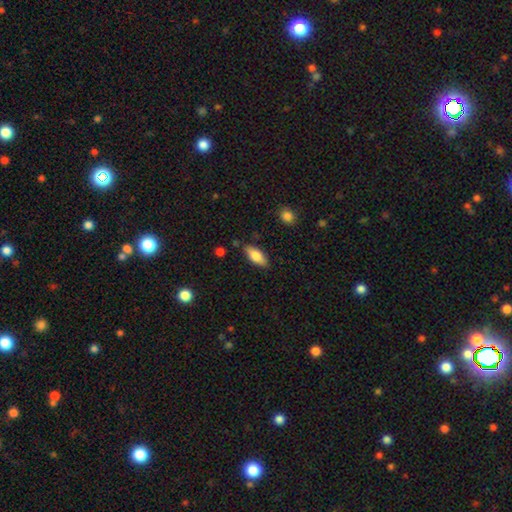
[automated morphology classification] Smooth or featured? smooth (76%)
How rounded? in between (79%)
Merging? none (82%)